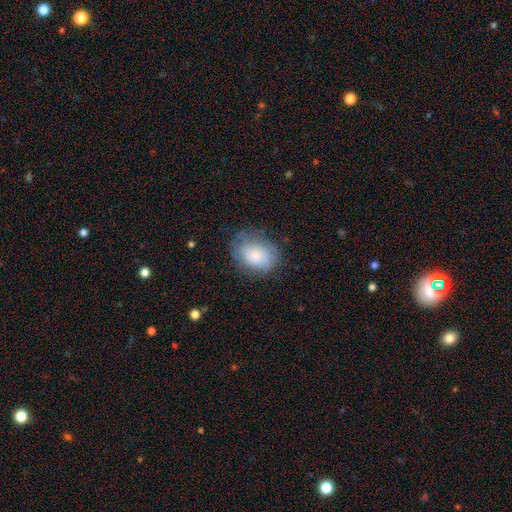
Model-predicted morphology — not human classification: A smooth galaxy with no disk features (74%) that is in between round and cigar-shaped (66%).

Vote fractions:
- Smooth or featured? smooth: 74% / featured or disk: 18% / star or artifact: 8%
- How rounded? in between: 66% / round: 33% / cigar-shaped: 1%
- Merging? none: 64% / minor disturbance: 24% / major disturbance: 10% / merger: 1%